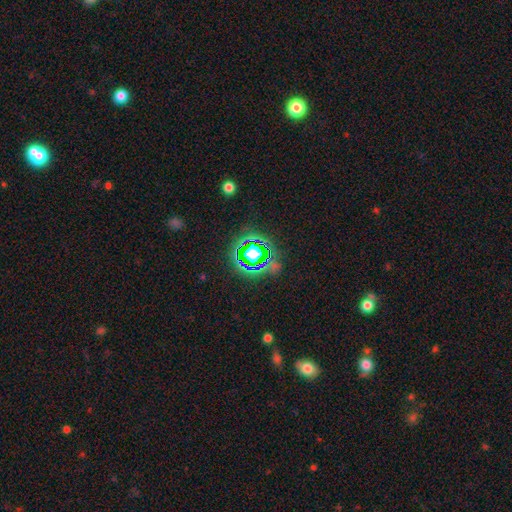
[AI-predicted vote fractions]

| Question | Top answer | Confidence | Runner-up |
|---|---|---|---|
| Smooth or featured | star or artifact | 78% | smooth (14%) |